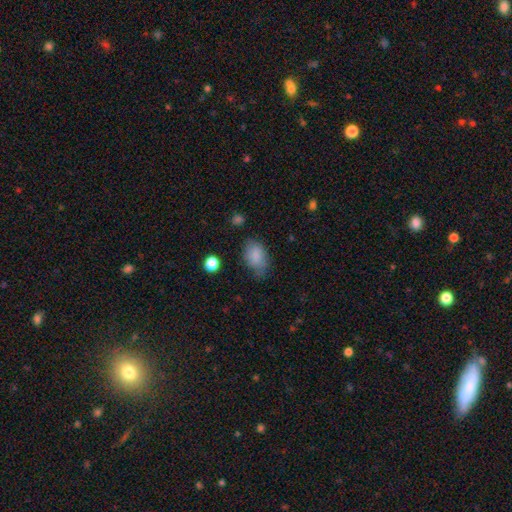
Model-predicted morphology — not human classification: Smooth or featured? Predicted: smooth (p=0.84). How rounded? Predicted: in between (p=0.87). Merging? Predicted: none (p=0.64).